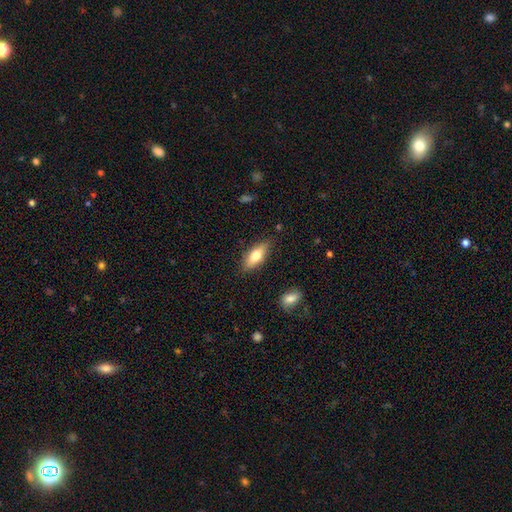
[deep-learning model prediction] Smooth or featured? Predicted: smooth (p=0.70). How rounded? Predicted: in between (p=0.70). Merging? Predicted: none (p=0.84).